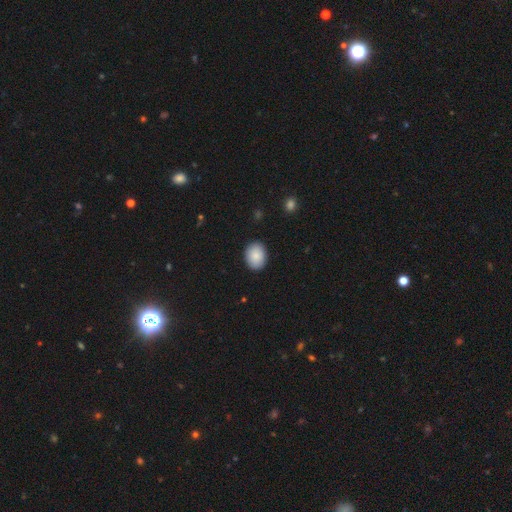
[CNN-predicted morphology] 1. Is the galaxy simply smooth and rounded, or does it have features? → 87% smooth, 7% star or artifact, 6% featured or disk.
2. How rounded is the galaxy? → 58% in between, 41% round, 1% cigar-shaped.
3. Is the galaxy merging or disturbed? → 89% none, 8% minor disturbance, 2% major disturbance, 1% merger.